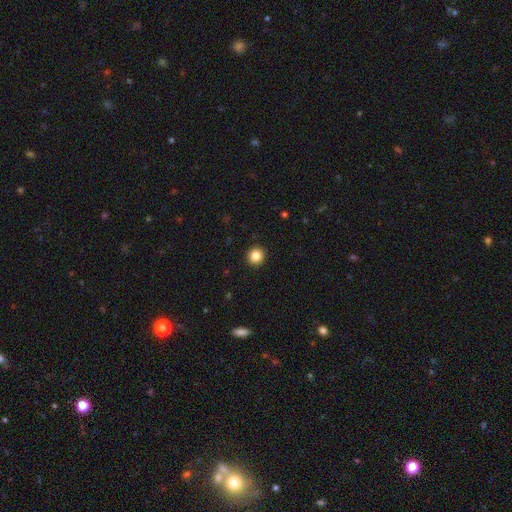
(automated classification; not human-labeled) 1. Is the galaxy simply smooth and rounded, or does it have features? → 85% smooth, 10% star or artifact, 4% featured or disk.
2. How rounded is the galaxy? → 94% round, 5% in between, 1% cigar-shaped.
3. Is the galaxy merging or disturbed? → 93% none, 5% minor disturbance, 2% major disturbance, 1% merger.